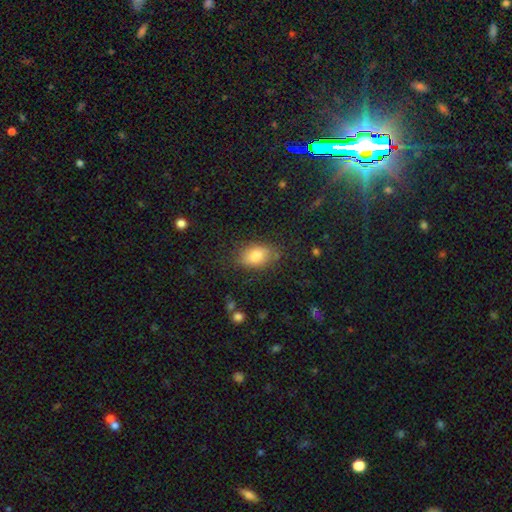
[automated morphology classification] The model was most divided on "merging": none: 74%, minor disturbance: 18%, major disturbance: 6%, merger: 2%. More confident: how rounded — in between (88%); smooth or featured — smooth (83%).